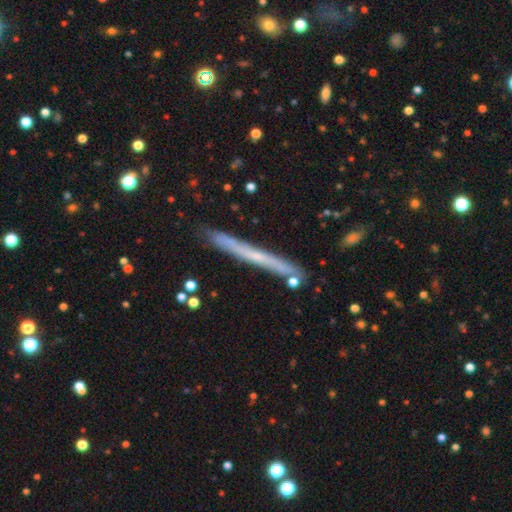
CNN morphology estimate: This appears to be a featured or disk galaxy (55%) viewed edge-on (96%) with no central bulge (79%). Merging: none (87%).